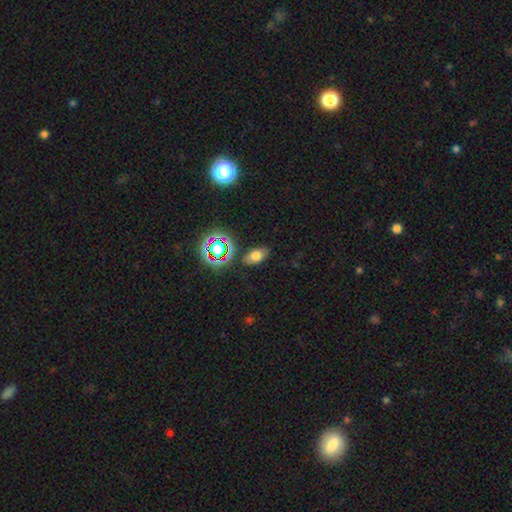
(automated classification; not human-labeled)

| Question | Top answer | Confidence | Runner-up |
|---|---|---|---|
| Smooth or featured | smooth | 69% | star or artifact (19%) |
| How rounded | in between | 87% | round (10%) |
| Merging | none | 81% | minor disturbance (12%) |